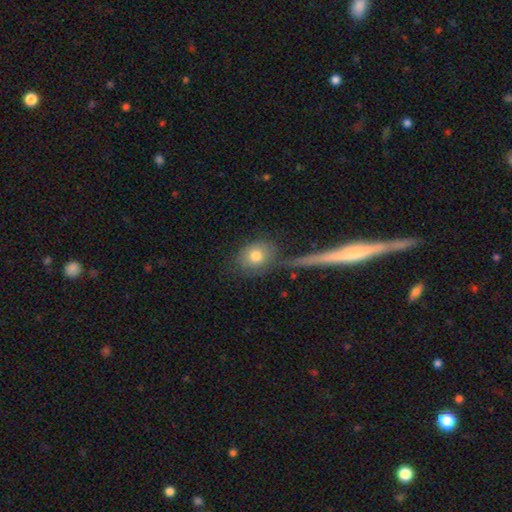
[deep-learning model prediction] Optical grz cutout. It shows a smooth galaxy with no disk features (76%) that is round (60%). Merging: none (64%).